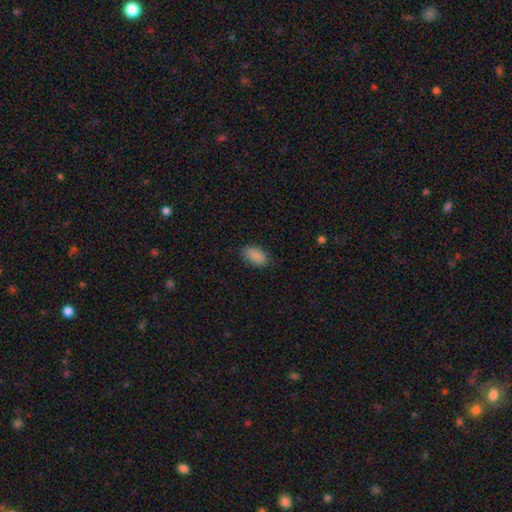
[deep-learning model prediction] Overall: smooth (89%). How rounded: in between (93%). Merging: none (83%).